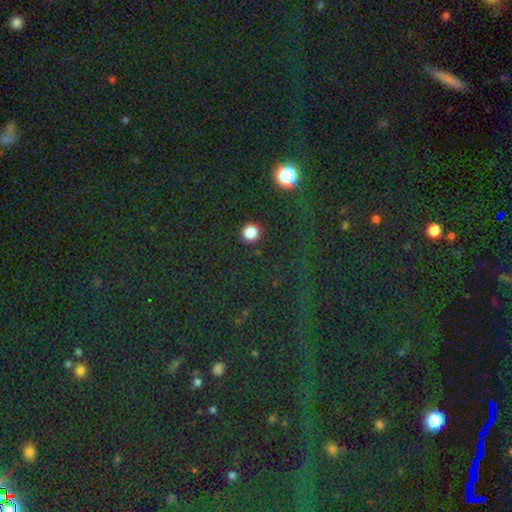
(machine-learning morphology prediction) This is likely a star or artifact rather than a galaxy (79%).